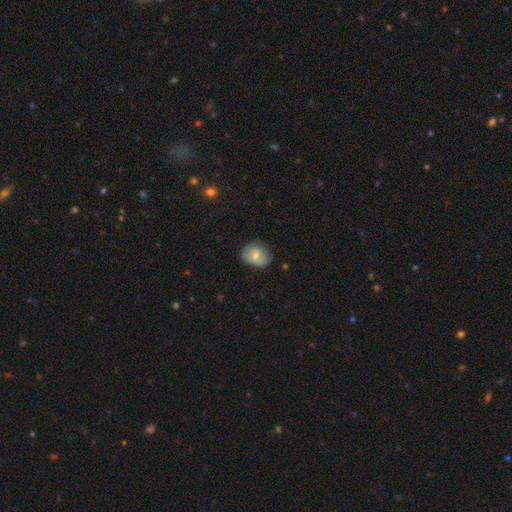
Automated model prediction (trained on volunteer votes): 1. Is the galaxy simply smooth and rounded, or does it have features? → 67% smooth, 25% featured or disk, 8% star or artifact.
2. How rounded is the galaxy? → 52% round, 47% in between, 1% cigar-shaped.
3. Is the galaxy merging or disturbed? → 69% none, 24% minor disturbance, 6% major disturbance, 1% merger.